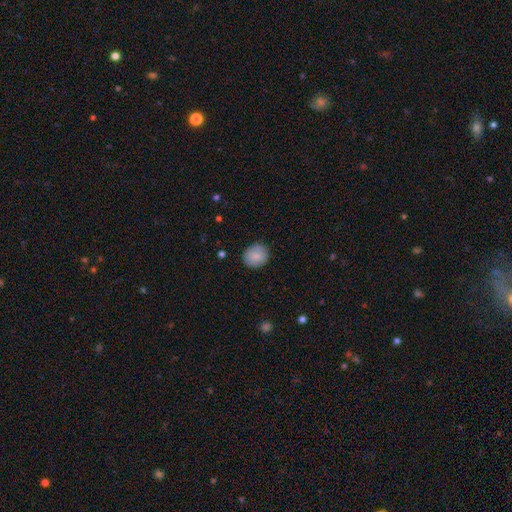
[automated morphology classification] A smooth galaxy with no disk features (85%) that is round (81%). Merging: none (86%).